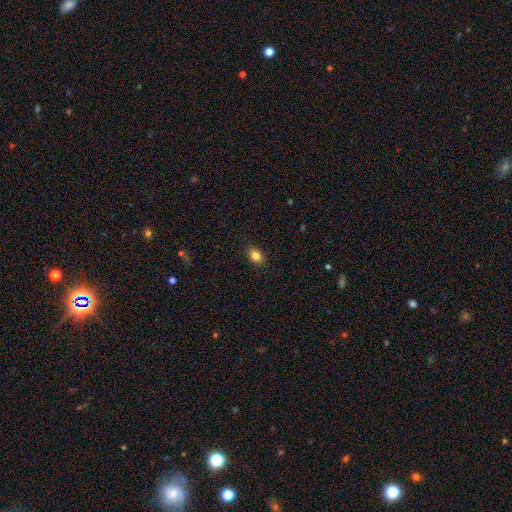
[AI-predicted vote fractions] Q: Smooth or featured?
A: smooth (84%); runner-up: star or artifact (10%)
Q: How rounded?
A: in between (75%); runner-up: round (24%)
Q: Merging?
A: none (89%); runner-up: minor disturbance (9%)